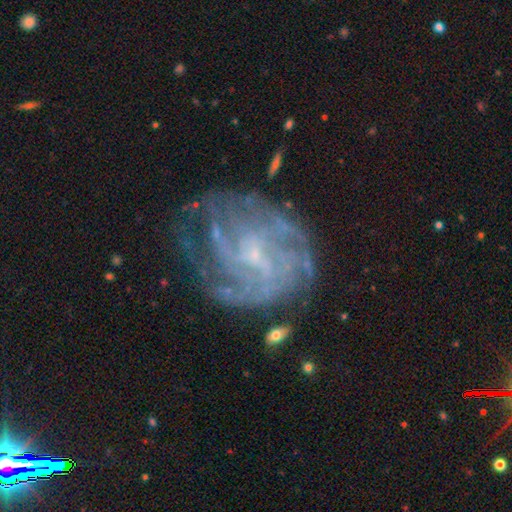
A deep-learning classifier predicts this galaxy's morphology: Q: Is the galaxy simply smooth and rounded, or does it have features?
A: featured or disk — 80%.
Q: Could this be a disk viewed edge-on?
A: no — 98%.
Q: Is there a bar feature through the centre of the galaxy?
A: no — 46%.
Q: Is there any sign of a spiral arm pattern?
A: yes — 87%.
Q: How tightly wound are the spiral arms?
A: tight — 52%.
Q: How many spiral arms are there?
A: can't tell — 42%.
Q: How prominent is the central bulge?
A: small — 65%.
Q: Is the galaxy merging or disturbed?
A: none — 60%.